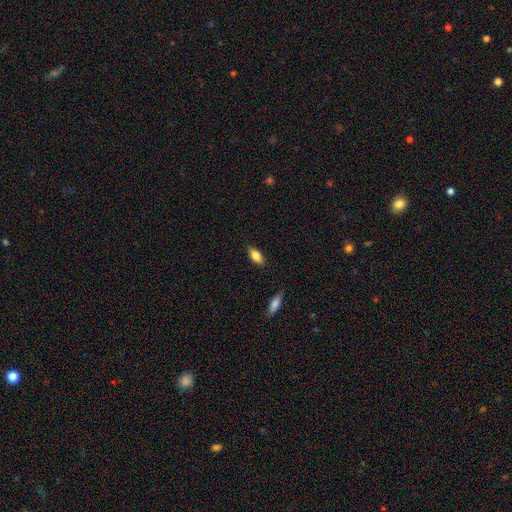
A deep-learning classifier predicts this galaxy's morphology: Overall: smooth (80%). How rounded: in between (83%). Merging: none (87%).